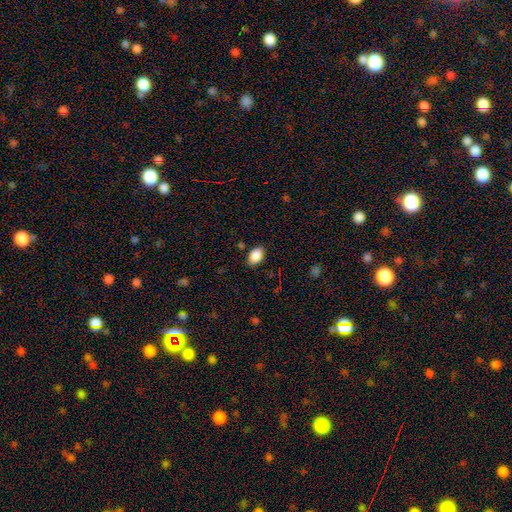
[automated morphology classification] Smooth or featured?
  - smooth: 89% *
  - star or artifact: 8%
  - featured or disk: 4%
How rounded?
  - in between: 87% *
  - round: 12%
  - cigar-shaped: 1%
Merging?
  - none: 85% *
  - minor disturbance: 11%
  - major disturbance: 3%
  - merger: 1%